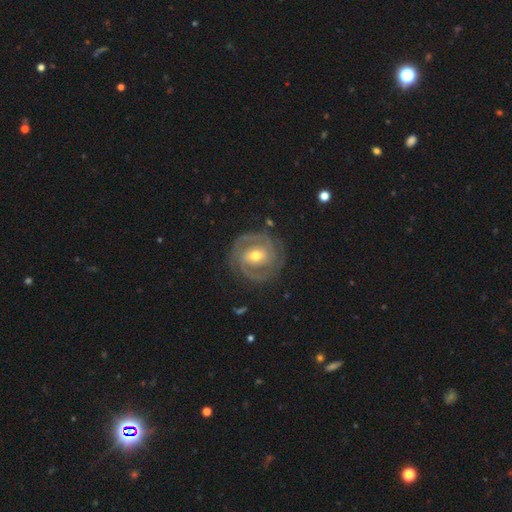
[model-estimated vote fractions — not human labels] Smooth or featured? featured or disk (87%)
Edge-on disk? no (98%)
Bar? weak (41%)
Spiral arms? yes (95%)
Spiral winding? tight (67%)
Spiral arm count? 2 (64%)
Bulge size? moderate (68%)
Merging? none (81%)